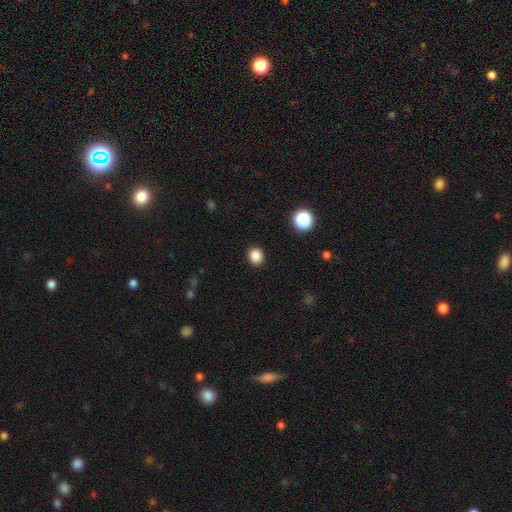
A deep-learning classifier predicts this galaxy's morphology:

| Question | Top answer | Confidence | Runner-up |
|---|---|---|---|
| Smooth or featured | smooth | 86% | star or artifact (11%) |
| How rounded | round | 82% | in between (17%) |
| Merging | none | 91% | minor disturbance (6%) |